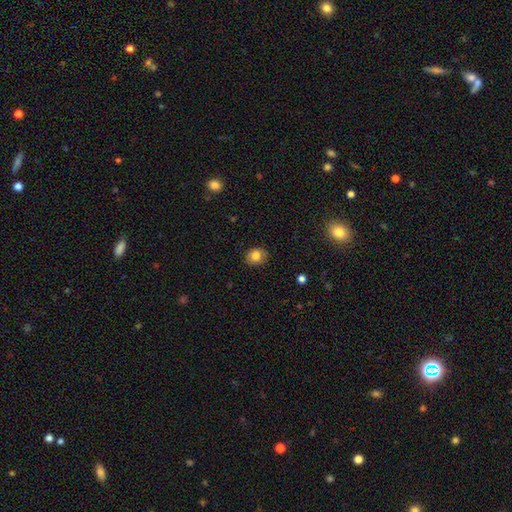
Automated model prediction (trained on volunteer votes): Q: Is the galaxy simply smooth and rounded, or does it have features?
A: smooth — 82%.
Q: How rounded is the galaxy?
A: round — 71%.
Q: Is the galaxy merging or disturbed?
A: none — 87%.